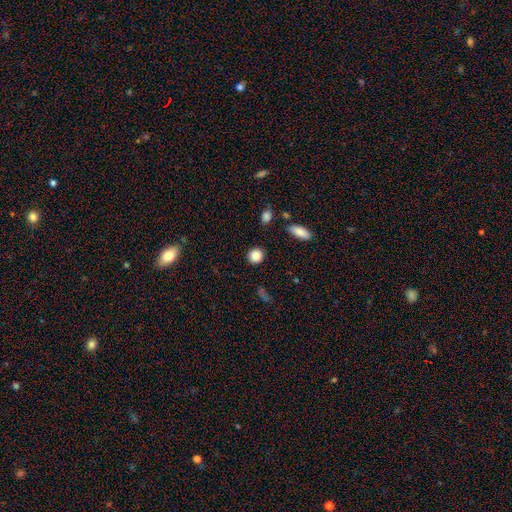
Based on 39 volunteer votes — Smooth or featured? 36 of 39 (92%) said smooth. How rounded? 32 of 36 (89%) said round. Merging? 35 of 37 (95%) said none.